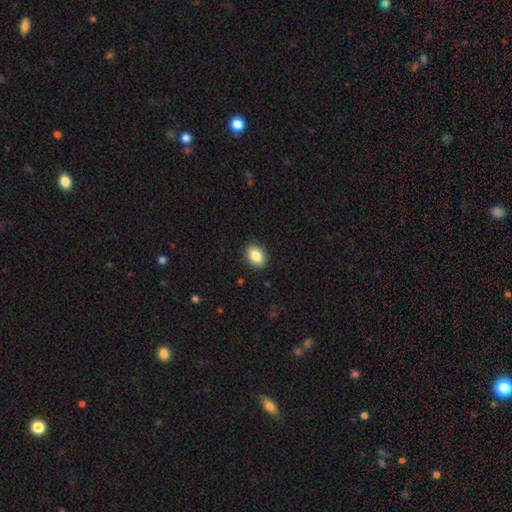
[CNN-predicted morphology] Smooth or featured?
  - smooth: 86% *
  - star or artifact: 8%
  - featured or disk: 6%
How rounded?
  - in between: 73% *
  - round: 26%
  - cigar-shaped: 1%
Merging?
  - none: 88% *
  - minor disturbance: 9%
  - major disturbance: 2%
  - merger: 1%